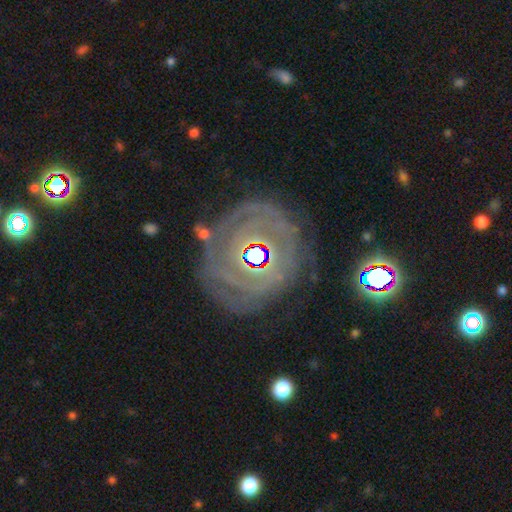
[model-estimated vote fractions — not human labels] featured or disk 70%, star or artifact 15%, smooth 15%. Down the decision tree: edge-on disk — no (95%); bar — no (62%); spiral arms — yes (74%); bulge size — moderate (50%); merging — none (71%).